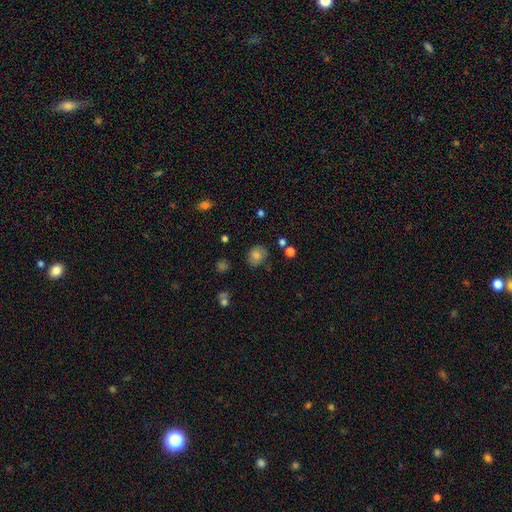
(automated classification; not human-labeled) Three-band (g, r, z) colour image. It shows a smooth galaxy with no disk features (78%) that is round (61%). Merging: none (76%).